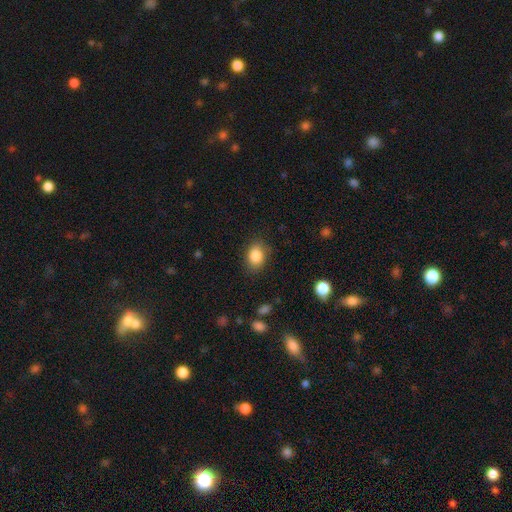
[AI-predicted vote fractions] smooth 86%, star or artifact 8%, featured or disk 6%. Down the decision tree: how rounded — in between (67%); merging — none (82%).